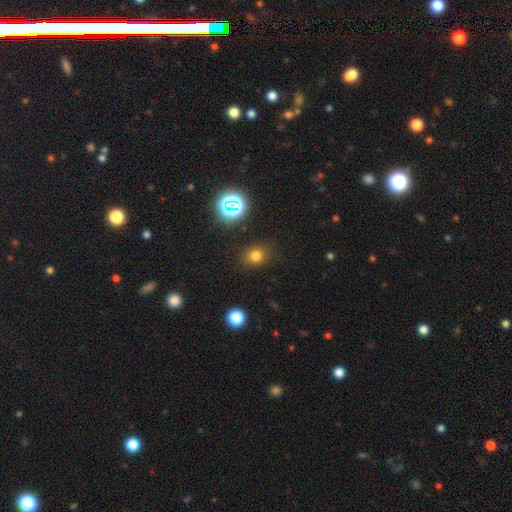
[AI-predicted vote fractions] A smooth galaxy with no disk features (74%) that is round (61%).

Vote fractions:
- Smooth or featured? smooth: 74% / star or artifact: 20% / featured or disk: 7%
- How rounded? round: 61% / in between: 38% / cigar-shaped: 1%
- Merging? none: 84% / minor disturbance: 11% / major disturbance: 4% / merger: 2%